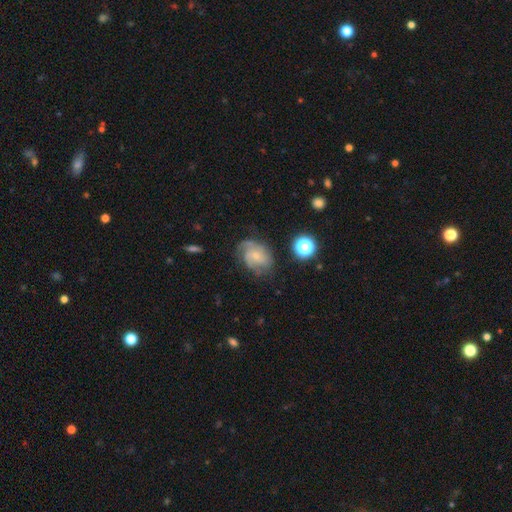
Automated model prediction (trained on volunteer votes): Smooth or featured? featured or disk (68%)
Edge-on disk? no (97%)
Bar? no (65%)
Spiral arms? yes (90%)
Spiral winding? medium (43%)
Spiral arm count? 2 (32%)
Bulge size? small (64%)
Merging? none (58%)